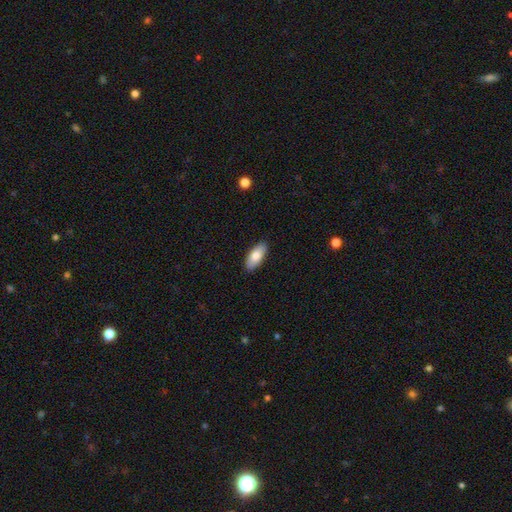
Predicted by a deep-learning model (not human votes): Smooth or featured?
  - smooth: 82% *
  - featured or disk: 12%
  - star or artifact: 6%
How rounded?
  - in between: 89% *
  - cigar-shaped: 9%
  - round: 2%
Merging?
  - none: 89% *
  - minor disturbance: 8%
  - major disturbance: 2%
  - merger: 1%